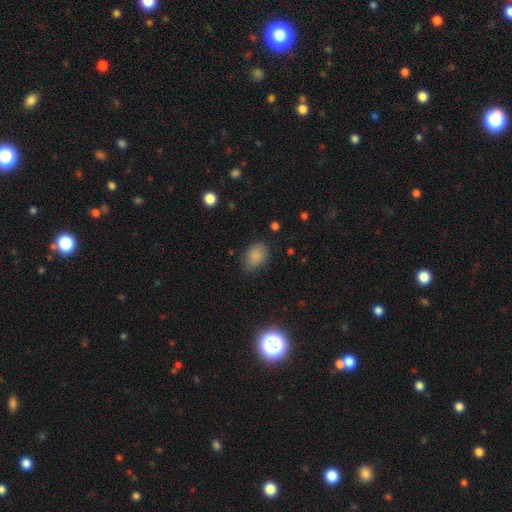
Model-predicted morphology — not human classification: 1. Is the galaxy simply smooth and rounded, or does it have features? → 84% smooth, 10% star or artifact, 6% featured or disk.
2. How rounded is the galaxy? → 74% in between, 25% round, 1% cigar-shaped.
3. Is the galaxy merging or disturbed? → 73% none, 20% minor disturbance, 5% major disturbance, 2% merger.